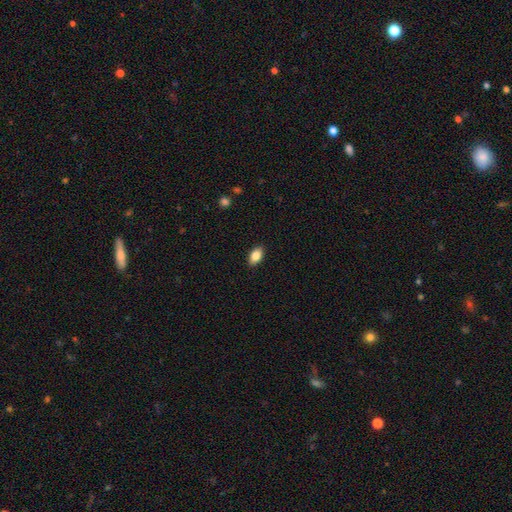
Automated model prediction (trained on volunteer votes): Smooth or featured?
  - smooth: 85% *
  - star or artifact: 8%
  - featured or disk: 7%
How rounded?
  - in between: 91% *
  - round: 7%
  - cigar-shaped: 2%
Merging?
  - none: 89% *
  - minor disturbance: 8%
  - major disturbance: 2%
  - merger: 1%